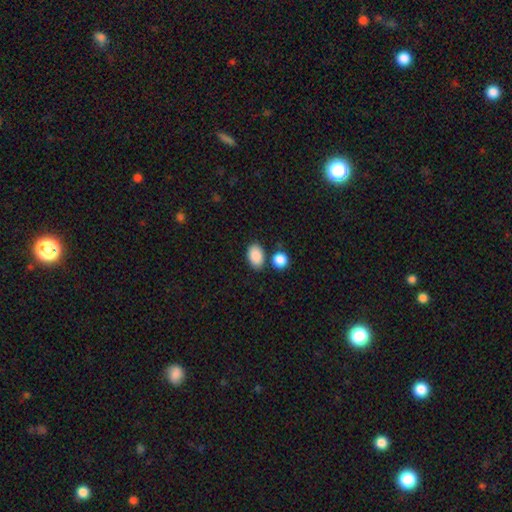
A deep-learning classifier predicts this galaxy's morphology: The model was most divided on "merging": none: 75%, minor disturbance: 11%, merger: 10%, major disturbance: 3%. More confident: smooth or featured — smooth (89%); how rounded — in between (86%).